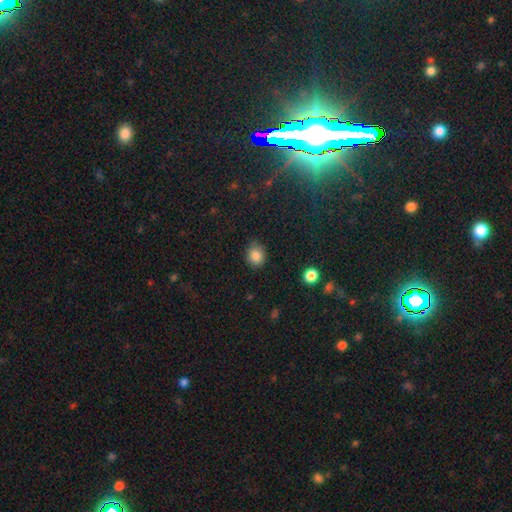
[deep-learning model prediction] Q: Smooth or featured?
A: smooth (85%); runner-up: star or artifact (10%)
Q: How rounded?
A: round (65%); runner-up: in between (34%)
Q: Merging?
A: none (80%); runner-up: minor disturbance (16%)